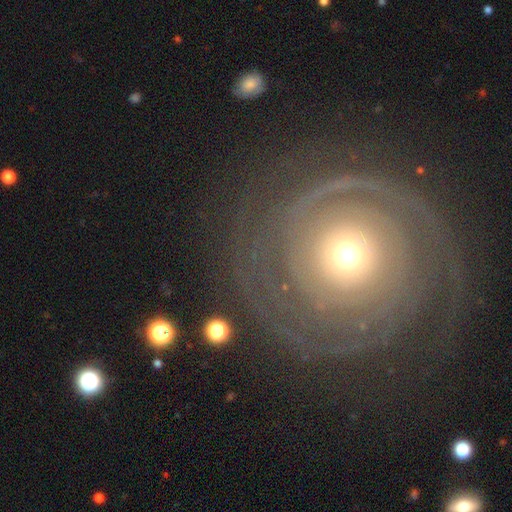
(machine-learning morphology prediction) A featured or disk galaxy (84%) with no bar (84%), 2 (36%) tight (84%) spiral arms (95%) and a moderate central bulge (55%). Merging: none (79%).